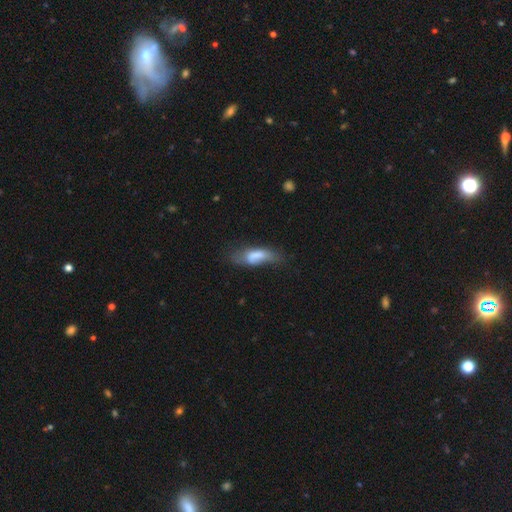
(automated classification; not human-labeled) Smooth or featured? Predicted: smooth (p=0.66). How rounded? Predicted: in between (p=0.68). Merging? Predicted: none (p=0.32, tied with minor disturbance).